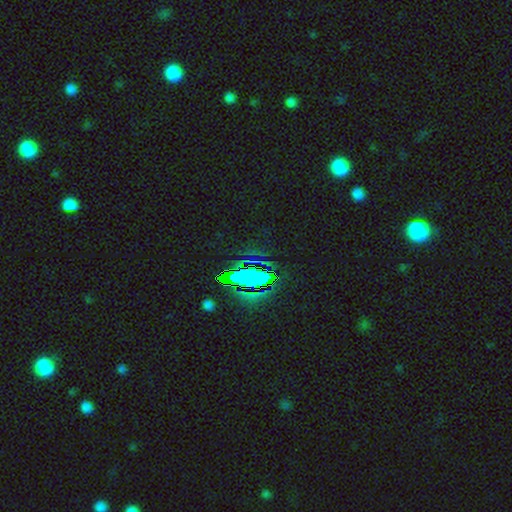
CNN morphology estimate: This is likely a star or artifact rather than a galaxy (75%).